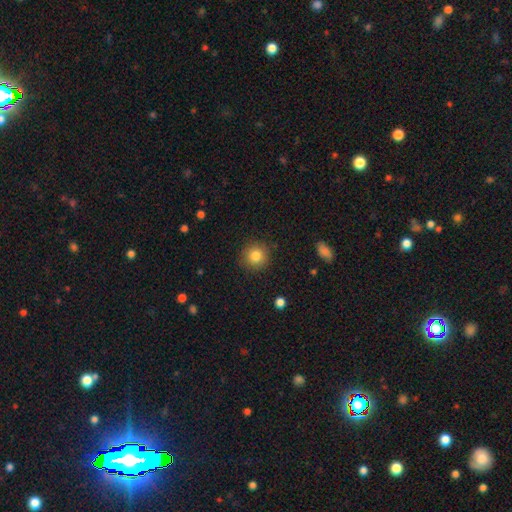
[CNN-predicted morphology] This appears to be a smooth galaxy with no disk features (83%) that is round (93%). Merging: none (90%).